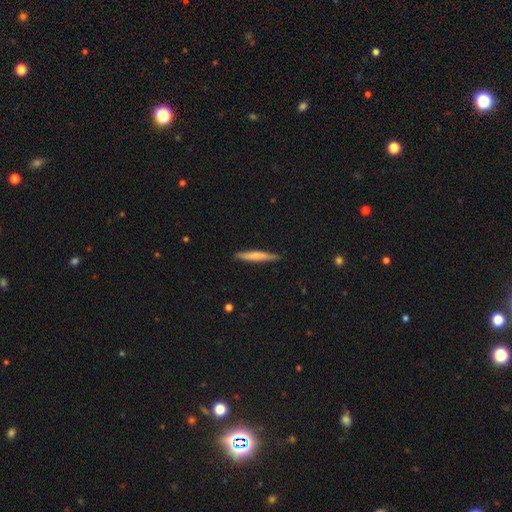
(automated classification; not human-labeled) Q: Smooth or featured?
A: smooth (65%); runner-up: featured or disk (29%)
Q: How rounded?
A: cigar-shaped (95%); runner-up: in between (4%)
Q: Merging?
A: none (87%); runner-up: minor disturbance (10%)